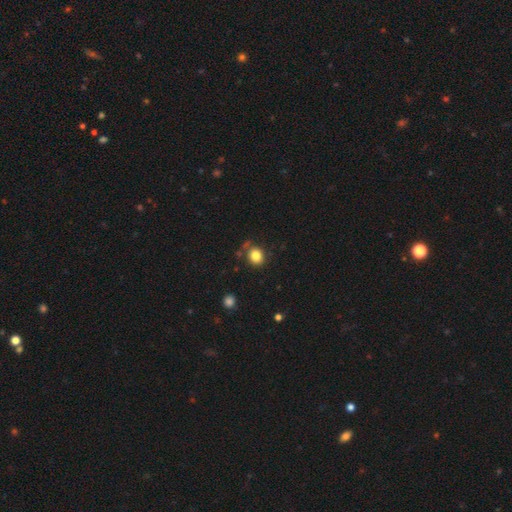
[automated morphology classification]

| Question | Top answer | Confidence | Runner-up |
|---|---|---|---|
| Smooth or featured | smooth | 83% | star or artifact (11%) |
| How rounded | round | 75% | in between (24%) |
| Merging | none | 77% | minor disturbance (13%) |